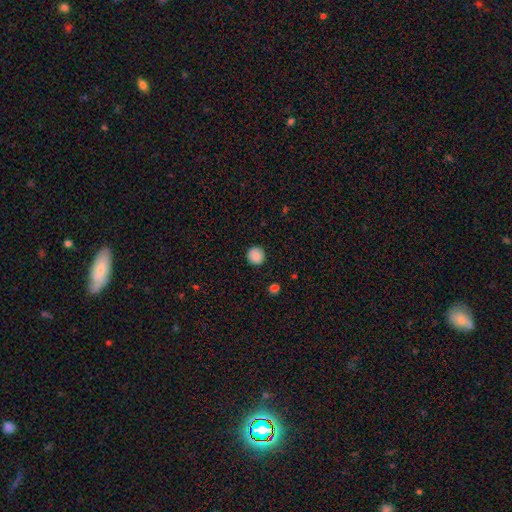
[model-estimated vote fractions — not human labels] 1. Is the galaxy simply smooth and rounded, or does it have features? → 87% smooth, 9% star or artifact, 4% featured or disk.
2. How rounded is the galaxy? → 94% round, 5% in between, 1% cigar-shaped.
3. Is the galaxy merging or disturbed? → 90% none, 7% minor disturbance, 2% major disturbance, 1% merger.